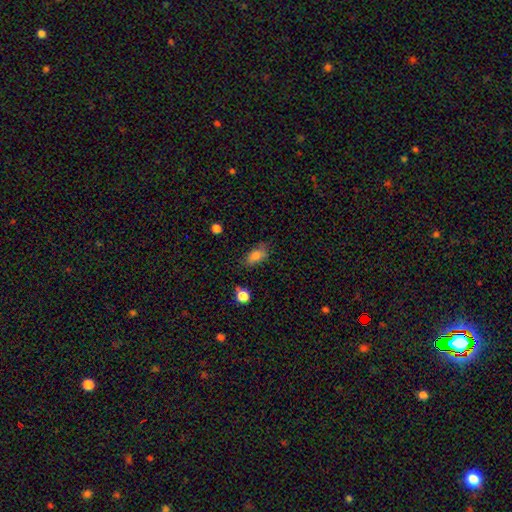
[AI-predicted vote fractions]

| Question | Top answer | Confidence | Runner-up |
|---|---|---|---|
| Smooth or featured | smooth | 81% | star or artifact (10%) |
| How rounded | in between | 84% | cigar-shaped (8%) |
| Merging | none | 62% | minor disturbance (26%) |